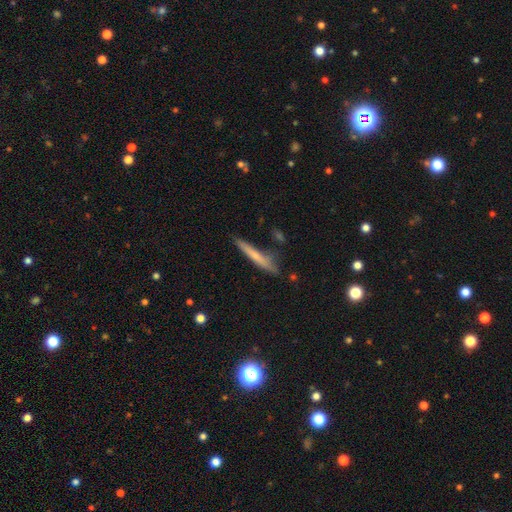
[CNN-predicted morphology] Overall: smooth (63%; featured or disk 31%). How rounded: cigar-shaped (95%). Merging: none (76%).